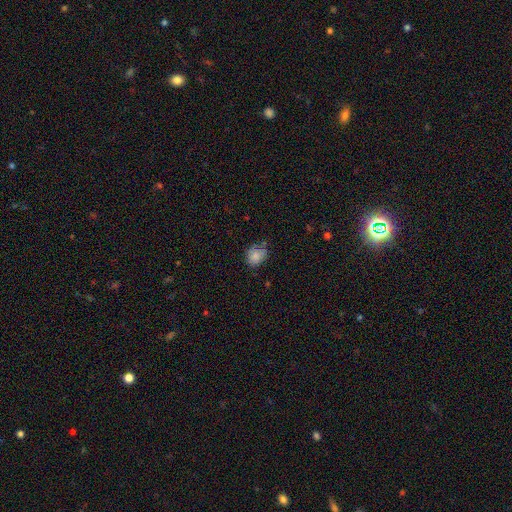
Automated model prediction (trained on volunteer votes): This appears to be a smooth galaxy with no disk features (79%) that is round (58%). Merging: none (60%).